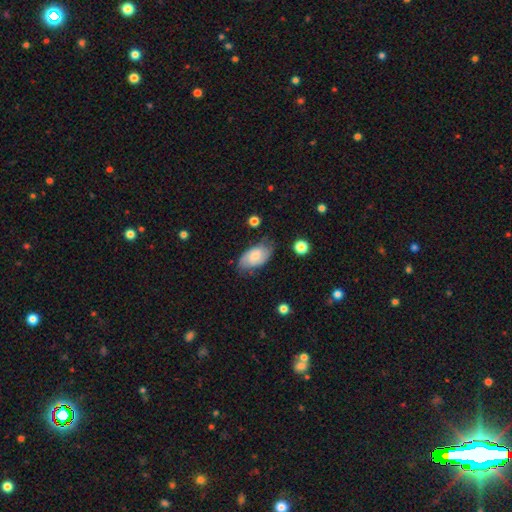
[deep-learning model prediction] smooth_or_featured: smooth (p=0.57) [alt: featured or disk p=0.35]
how_rounded: in between (p=0.93) [alt: round p=0.05]
merging: none (p=0.67) [alt: minor disturbance p=0.24]